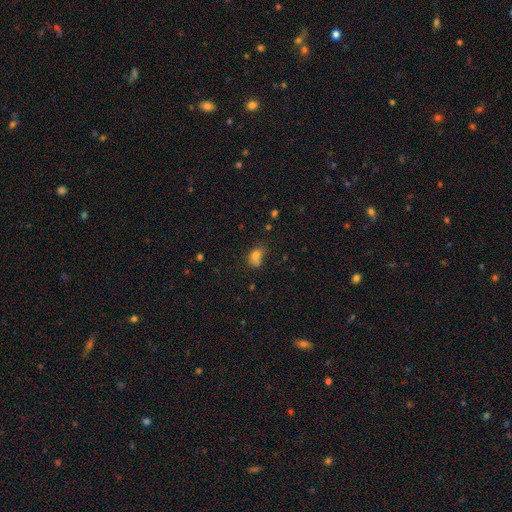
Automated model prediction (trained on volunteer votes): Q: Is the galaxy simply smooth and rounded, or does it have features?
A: smooth — 75%.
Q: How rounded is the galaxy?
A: in between — 67%.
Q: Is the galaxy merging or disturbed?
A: none — 34%.